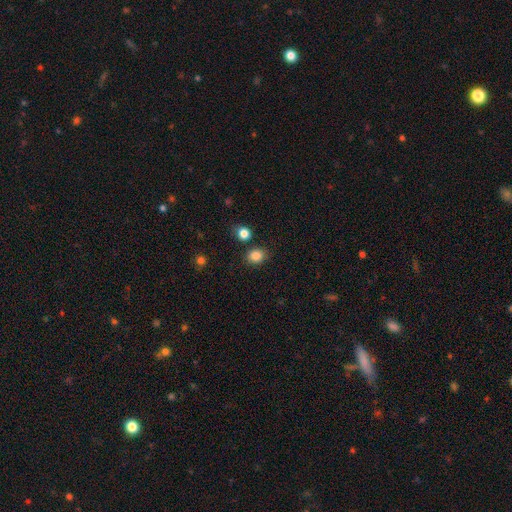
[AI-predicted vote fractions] This appears to be a smooth galaxy with no disk features (84%) that is round (69%). Merging: none (82%).